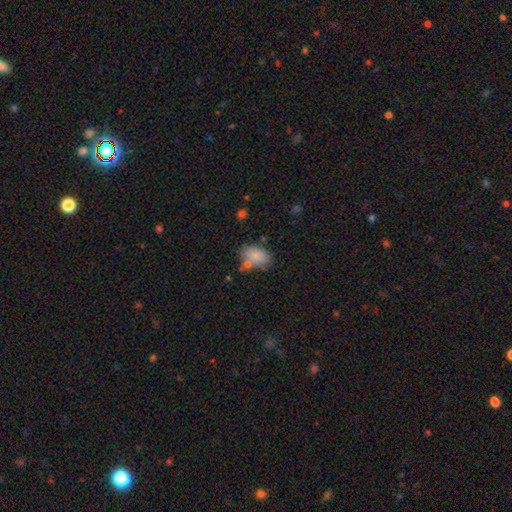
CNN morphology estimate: This appears to be a smooth galaxy with no disk features (81%) that is in between round and cigar-shaped (87%). Merging: none (56%).